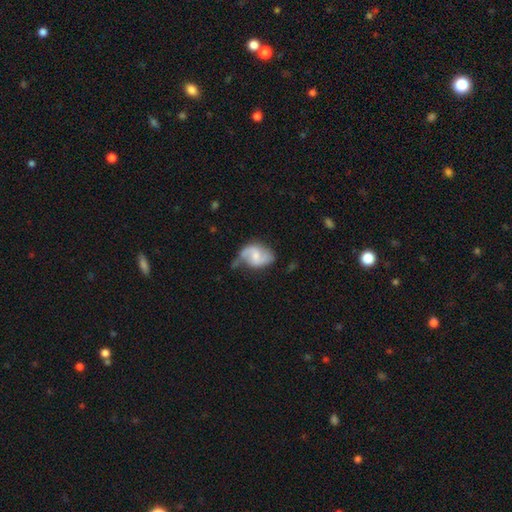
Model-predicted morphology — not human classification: Q: Smooth or featured?
A: featured or disk (73%); runner-up: smooth (21%)
Q: Edge-on disk?
A: no (98%); runner-up: yes (2%)
Q: Bar?
A: weak (51%); runner-up: no (37%)
Q: Spiral arms?
A: yes (92%); runner-up: no (8%)
Q: Spiral winding?
A: medium (44%); runner-up: loose (42%)
Q: Spiral arm count?
A: 2 (84%); runner-up: 1 (8%)
Q: Bulge size?
A: moderate (42%); runner-up: small (39%)
Q: Merging?
A: none (50%); runner-up: minor disturbance (30%)